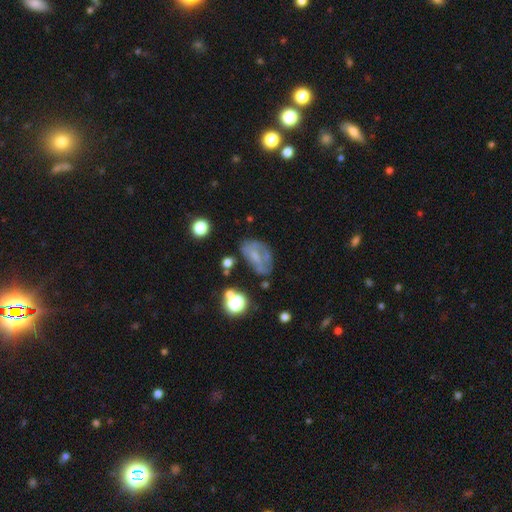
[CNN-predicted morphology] Q: Smooth or featured?
A: featured or disk (49%); runner-up: smooth (37%)
Q: Merging?
A: none (47%); runner-up: minor disturbance (27%)